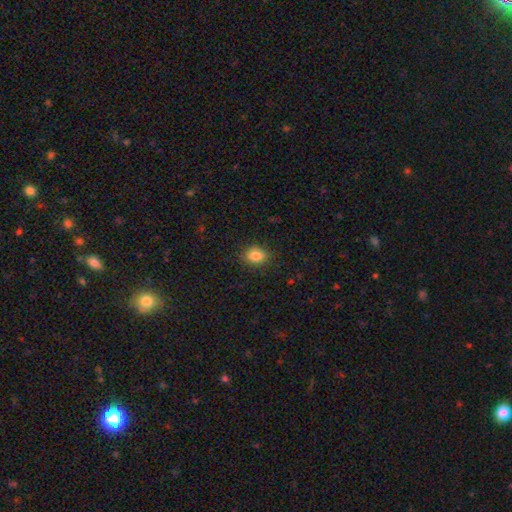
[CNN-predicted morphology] smooth-or-featured: smooth: 84% | star or artifact: 10% | featured or disk: 6%
  how-rounded: in between: 61% | round: 37% | cigar-shaped: 1%
  merging: none: 85% | minor disturbance: 12% | major disturbance: 3% | merger: 1%